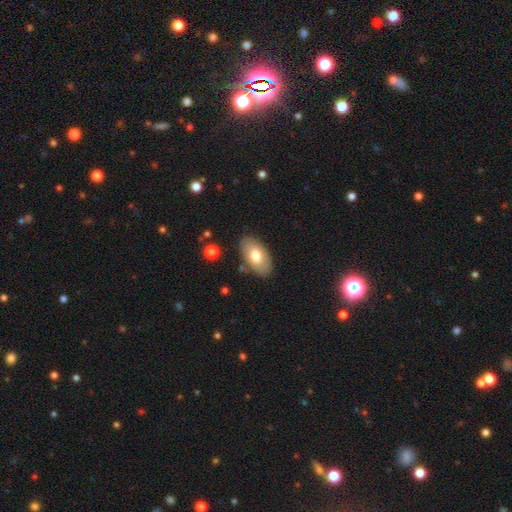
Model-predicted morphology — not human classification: A smooth galaxy with no disk features (70%) that is in between round and cigar-shaped (94%). Merging: none (83%).